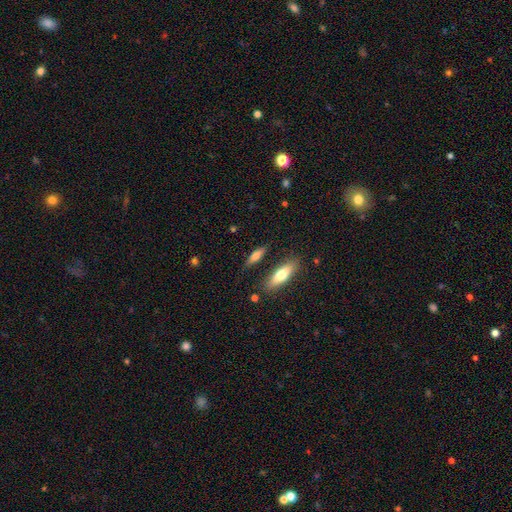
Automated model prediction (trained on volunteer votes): smooth 66%, featured or disk 26%, star or artifact 8%. Down the decision tree: how rounded — cigar-shaped (57%); merging — none (75%).